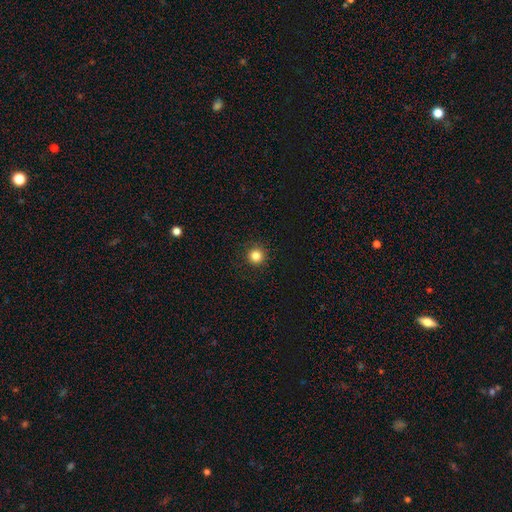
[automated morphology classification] Smooth or featured: smooth — 83% (star or artifact — 12%)
How rounded: round — 96% (in between — 3%)
Merging: none — 91% (minor disturbance — 6%)